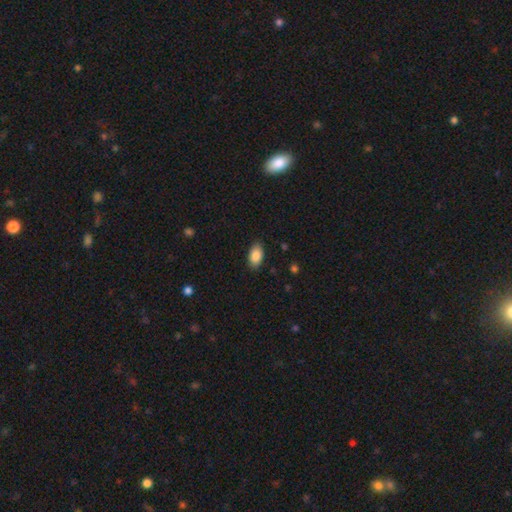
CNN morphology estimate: This is clearly a smooth galaxy (88%). How rounded: clearly in between (93%). Merging: clearly none (86%).